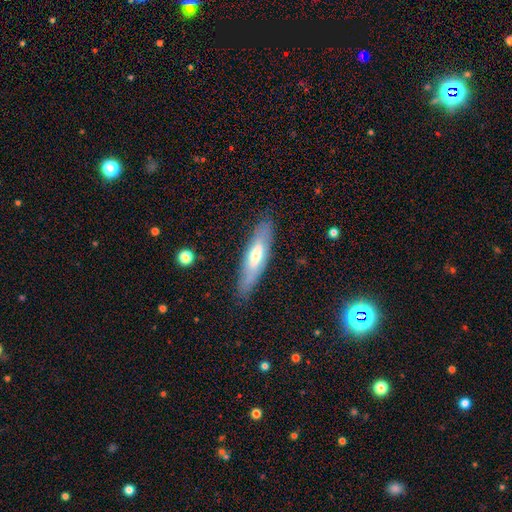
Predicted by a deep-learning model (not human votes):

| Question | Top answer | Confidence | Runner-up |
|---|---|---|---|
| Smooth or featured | smooth | 52% | featured or disk (42%) |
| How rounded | cigar-shaped | 65% | in between (33%) |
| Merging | none | 84% | minor disturbance (12%) |